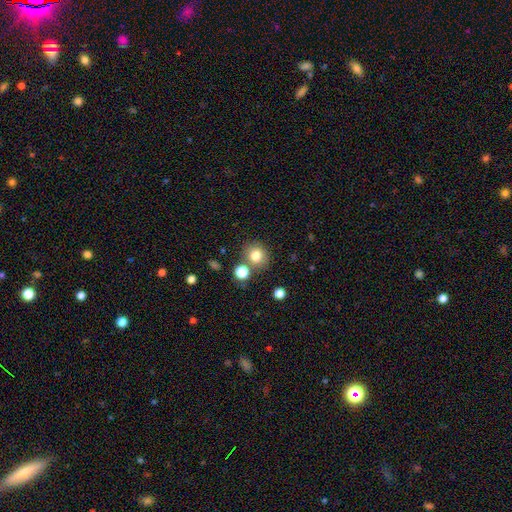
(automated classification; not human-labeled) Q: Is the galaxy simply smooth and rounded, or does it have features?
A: smooth — 79%.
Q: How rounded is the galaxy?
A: round — 84%.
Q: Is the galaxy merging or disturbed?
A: none — 73%.